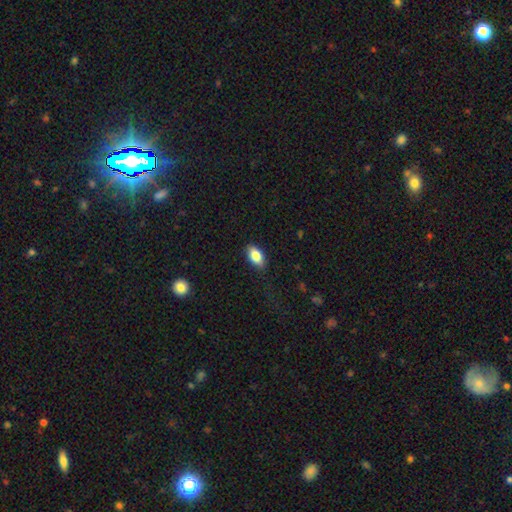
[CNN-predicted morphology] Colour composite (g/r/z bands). It shows a smooth galaxy with no disk features (82%) that is in between round and cigar-shaped (91%). Merging: none (86%).